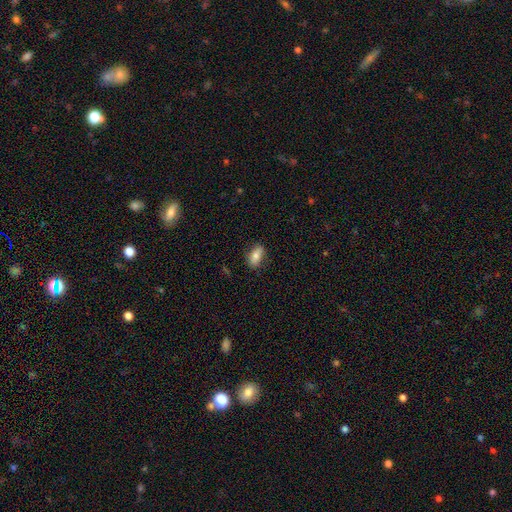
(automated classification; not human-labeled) Smooth or featured? smooth (77%)
How rounded? in between (86%)
Merging? none (81%)